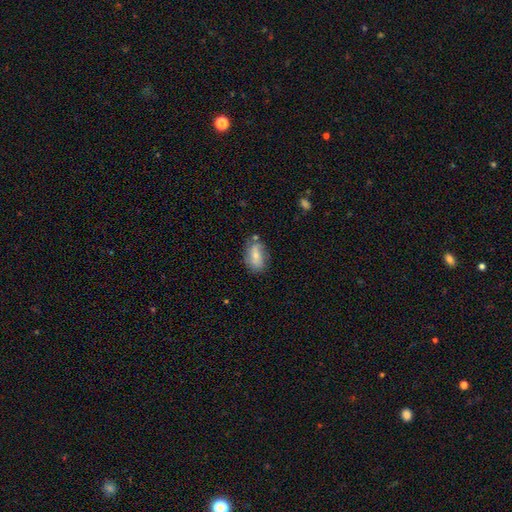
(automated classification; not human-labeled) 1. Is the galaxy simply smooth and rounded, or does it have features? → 61% smooth, 31% featured or disk, 8% star or artifact.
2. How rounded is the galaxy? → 87% in between, 9% round, 4% cigar-shaped.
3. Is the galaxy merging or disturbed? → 64% none, 24% minor disturbance, 7% major disturbance, 5% merger.